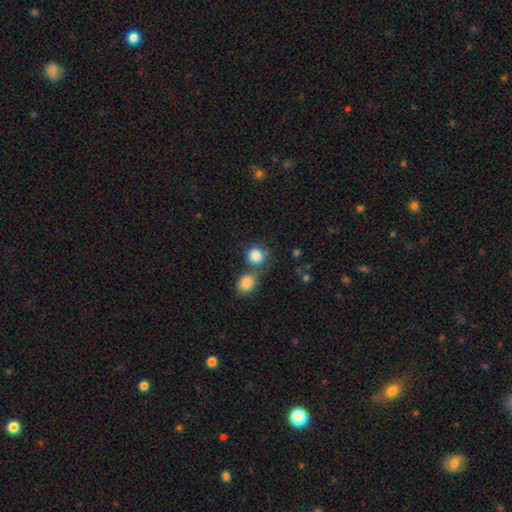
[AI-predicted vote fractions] Smooth or featured? Predicted: smooth (p=0.86). How rounded? Predicted: round (p=0.80). Merging? Predicted: none (p=0.50).